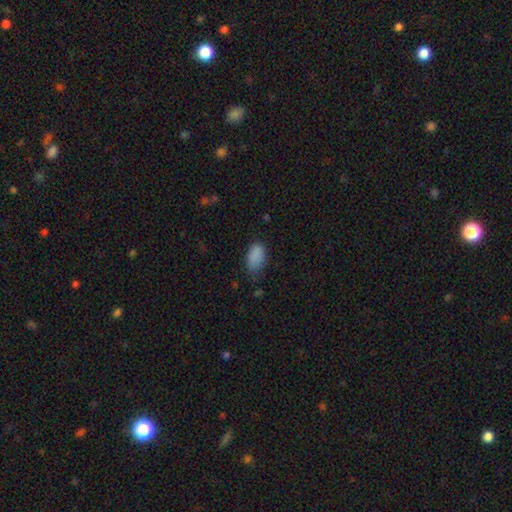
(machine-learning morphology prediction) Smooth or featured: smooth — 86% (star or artifact — 9%)
How rounded: in between — 93% (round — 6%)
Merging: none — 60% (minor disturbance — 30%)